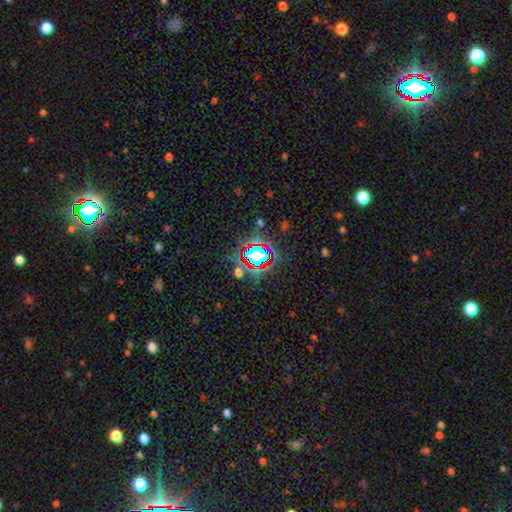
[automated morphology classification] The model was most divided on "smooth or featured": star or artifact: 66%, smooth: 22%, featured or disk: 12%.